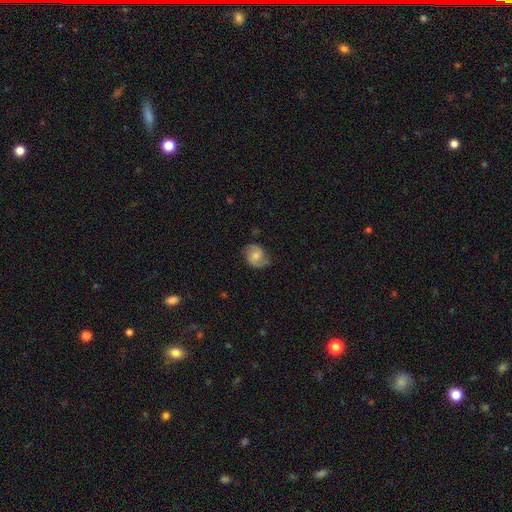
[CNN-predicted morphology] Smooth or featured?
  - featured or disk: 62% *
  - smooth: 30%
  - star or artifact: 8%
Edge-on disk?
  - no: 98% *
  - yes: 2%
Bar?
  - no: 51% *
  - weak: 40%
  - strong: 9%
Spiral arms?
  - yes: 92% *
  - no: 8%
Spiral winding?
  - medium: 47% *
  - loose: 33%
  - tight: 20%
Spiral arm count?
  - 2: 89% *
  - can't tell: 5%
  - 1: 2%
  - 3: 1%
  - 4: 1%
  - more than 4: 1%
Bulge size?
  - moderate: 44% * (tied)
  - small: 44% * (tied)
  - none: 7%
  - large: 4%
  - dominant: 1%
Merging?
  - none: 74% *
  - minor disturbance: 19%
  - major disturbance: 5%
  - merger: 1%